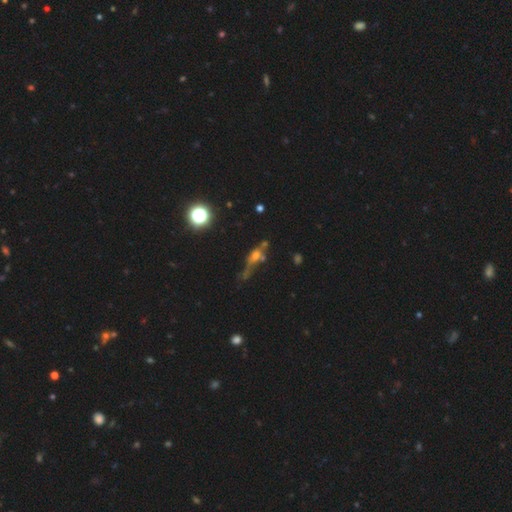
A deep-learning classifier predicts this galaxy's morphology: The model was most divided on "smooth or featured": featured or disk: 40%, smooth: 34%, star or artifact: 27%. Remaining: merging — none (39%).